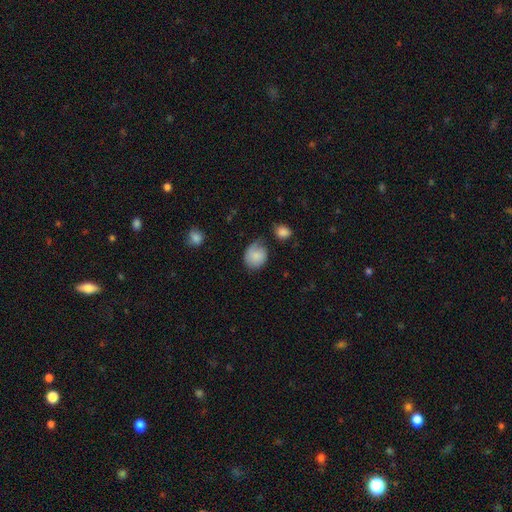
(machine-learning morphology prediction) A smooth galaxy with no disk features (79%) that is round (60%). Merging: none (48%).